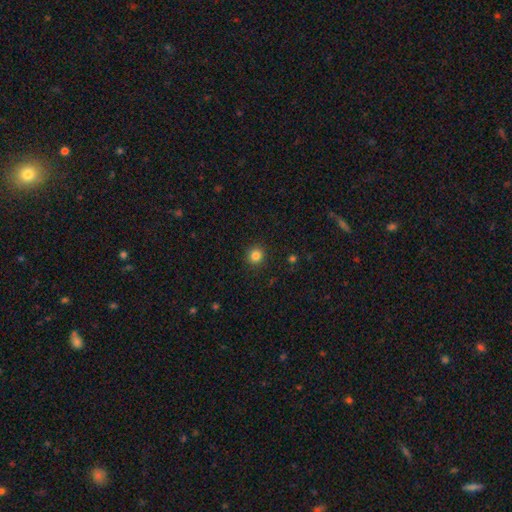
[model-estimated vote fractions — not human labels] This is clearly a smooth galaxy (84%). How rounded: clearly round (93%). Merging: clearly none (92%).